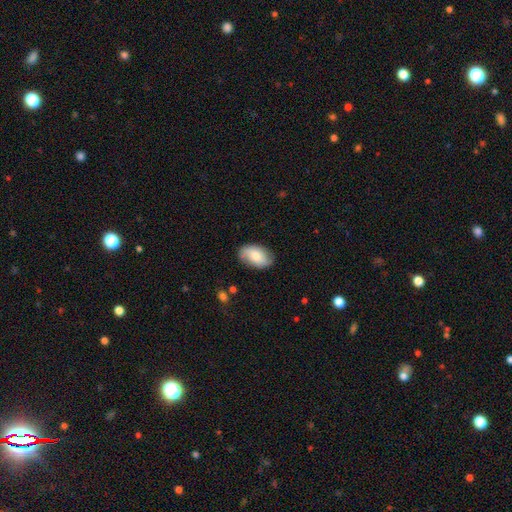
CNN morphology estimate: A smooth galaxy with no disk features (62%) that is in between round and cigar-shaped (91%).

Vote fractions:
- Smooth or featured? smooth: 62% / featured or disk: 31% / star or artifact: 7%
- How rounded? in between: 91% / round: 8% / cigar-shaped: 1%
- Merging? none: 76% / minor disturbance: 18% / major disturbance: 4% / merger: 1%